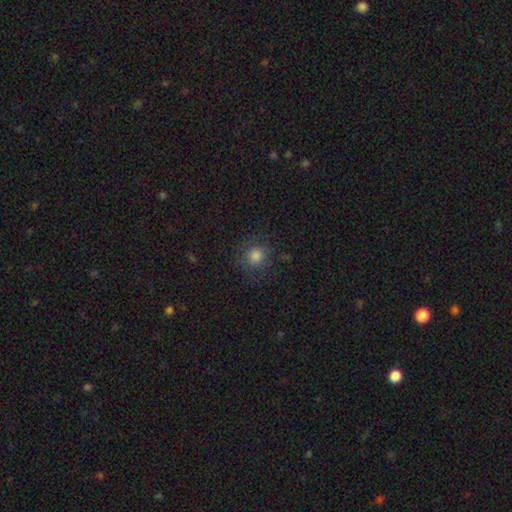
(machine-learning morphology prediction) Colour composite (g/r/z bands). It shows a smooth galaxy with no disk features (80%) that is round (91%). Merging: none (82%).